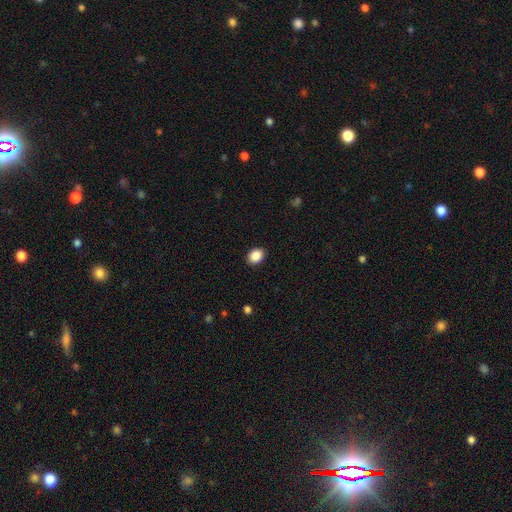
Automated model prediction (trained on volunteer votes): Q: Smooth or featured?
A: smooth (89%); runner-up: star or artifact (8%)
Q: How rounded?
A: in between (62%); runner-up: round (38%)
Q: Merging?
A: none (90%); runner-up: minor disturbance (7%)